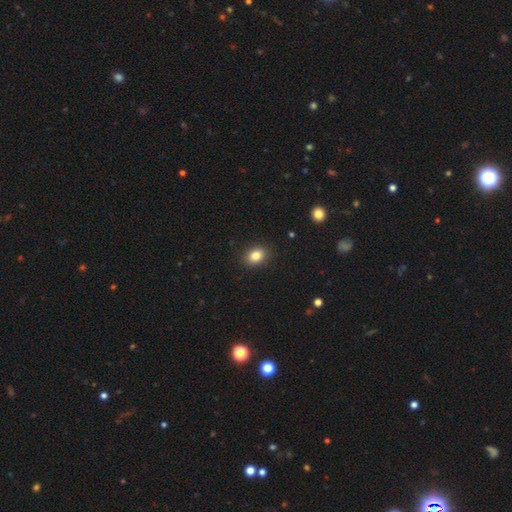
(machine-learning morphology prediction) A smooth galaxy with no disk features (84%) that is in between round and cigar-shaped (54%).

Vote fractions:
- Smooth or featured? smooth: 84% / star or artifact: 10% / featured or disk: 6%
- How rounded? in between: 54% / round: 45% / cigar-shaped: 1%
- Merging? none: 90% / minor disturbance: 7% / major disturbance: 2% / merger: 1%